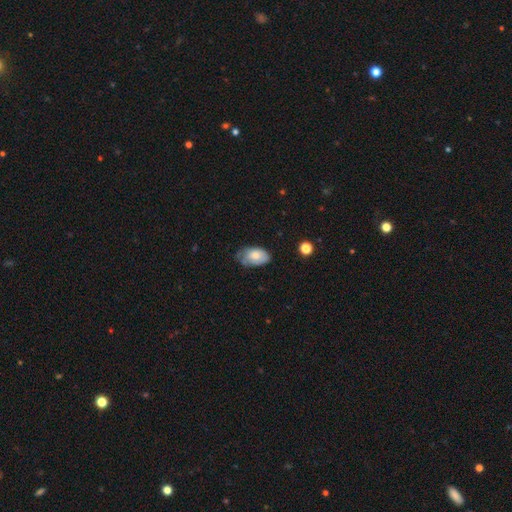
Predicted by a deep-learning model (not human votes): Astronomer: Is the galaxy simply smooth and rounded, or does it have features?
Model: smooth — 68%.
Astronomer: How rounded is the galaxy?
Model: in between — 92%.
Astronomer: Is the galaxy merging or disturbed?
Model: none — 49% (runner-up: minor disturbance, 38%).